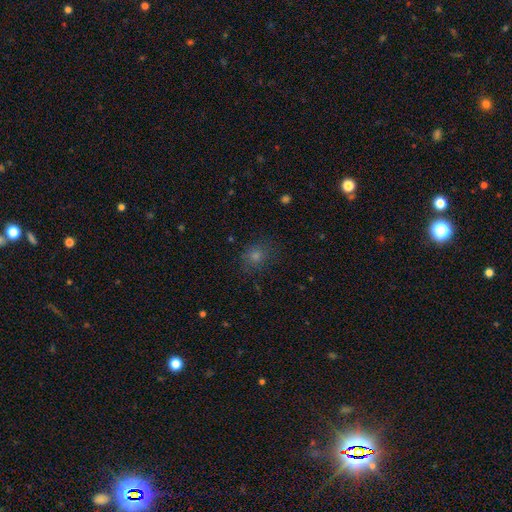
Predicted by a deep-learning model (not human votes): smooth_or_featured: smooth (p=0.63) [alt: star or artifact p=0.28]
how_rounded: round (p=0.77) [alt: in between p=0.22]
merging: none (p=0.82) [alt: minor disturbance p=0.12]